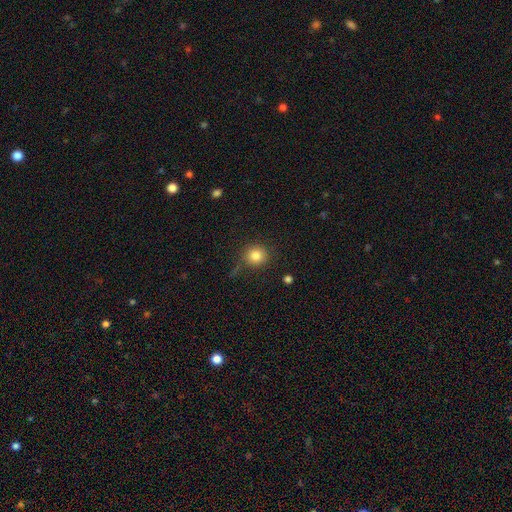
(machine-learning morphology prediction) smooth-or-featured: smooth: 82% | star or artifact: 11% | featured or disk: 7%
  how-rounded: round: 90% | in between: 9% | cigar-shaped: 1%
  merging: none: 75% | minor disturbance: 15% | major disturbance: 7% | merger: 3%